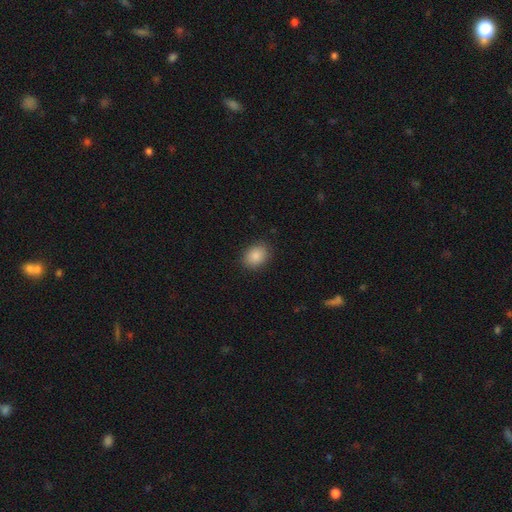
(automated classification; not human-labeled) smooth 87%, star or artifact 8%, featured or disk 5%. Down the decision tree: how rounded — in between (64%); merging — none (88%).